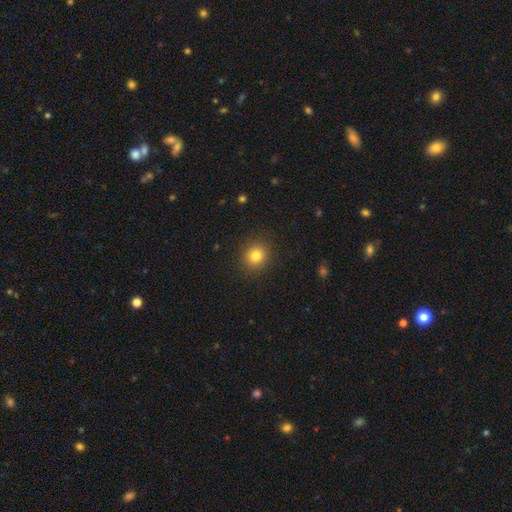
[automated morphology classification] smooth-or-featured: smooth: 82% | star or artifact: 12% | featured or disk: 6%
  how-rounded: round: 86% | in between: 13% | cigar-shaped: 1%
  merging: none: 90% | minor disturbance: 7% | major disturbance: 2% | merger: 1%